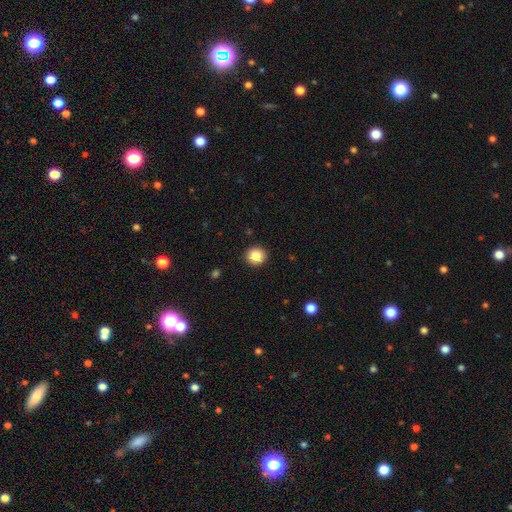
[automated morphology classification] This appears to be a smooth galaxy with no disk features (86%) that is round (90%). Merging: none (91%).